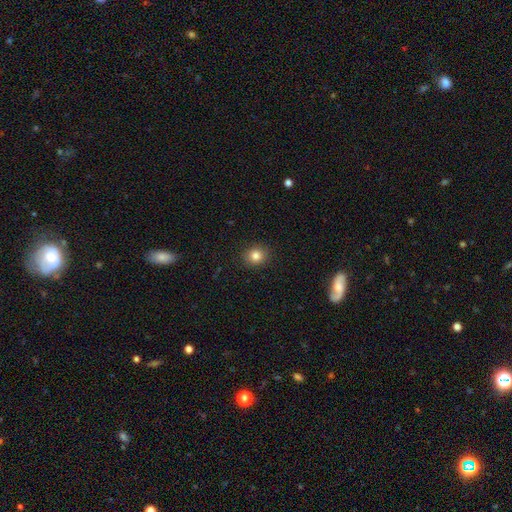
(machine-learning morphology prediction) type=smooth (83%); roundness=round (79%); merging=none (90%).